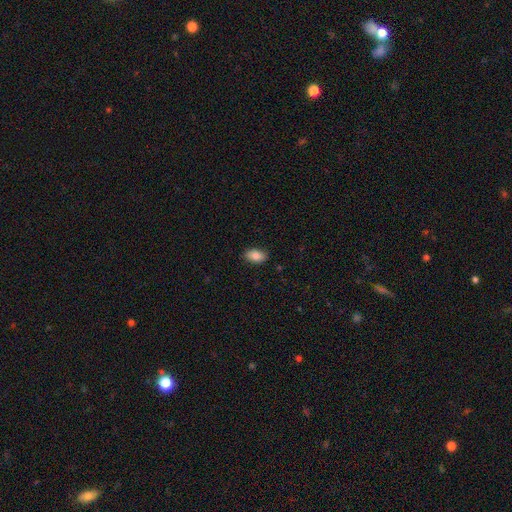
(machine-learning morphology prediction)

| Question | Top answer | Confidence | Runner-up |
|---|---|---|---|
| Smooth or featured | smooth | 85% | featured or disk (8%) |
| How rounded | in between | 92% | round (5%) |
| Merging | none | 87% | minor disturbance (10%) |